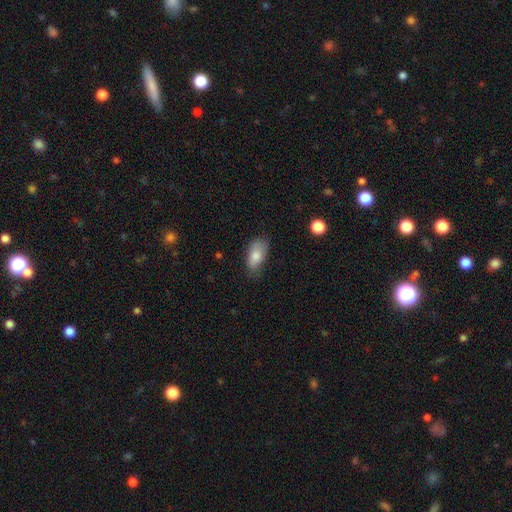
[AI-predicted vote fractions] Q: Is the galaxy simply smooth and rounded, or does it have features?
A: smooth — 82%.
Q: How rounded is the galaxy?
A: in between — 90%.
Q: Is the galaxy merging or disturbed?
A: none — 65%.